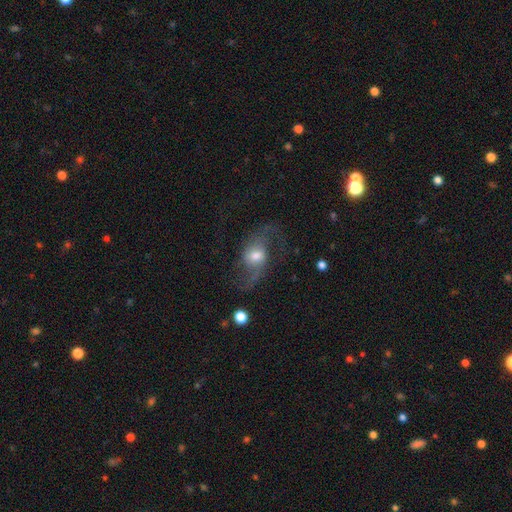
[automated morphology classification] Smooth or featured: featured or disk — 72% (smooth — 20%)
Edge-on disk: no — 95% (yes — 5%)
Bar: no — 51% (weak — 39%)
Spiral arms: yes — 91% (no — 9%)
Spiral winding: loose — 70% (medium — 26%)
Spiral arm count: 2 — 91% (can't tell — 3%)
Bulge size: moderate — 59% (large — 18%)
Merging: none — 59% (major disturbance — 22%)